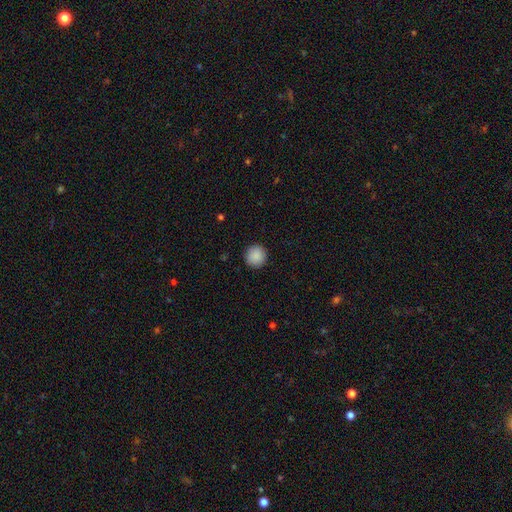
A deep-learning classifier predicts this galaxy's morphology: Smooth or featured: smooth — 89% (star or artifact — 8%)
How rounded: round — 95% (in between — 4%)
Merging: none — 92% (minor disturbance — 6%)